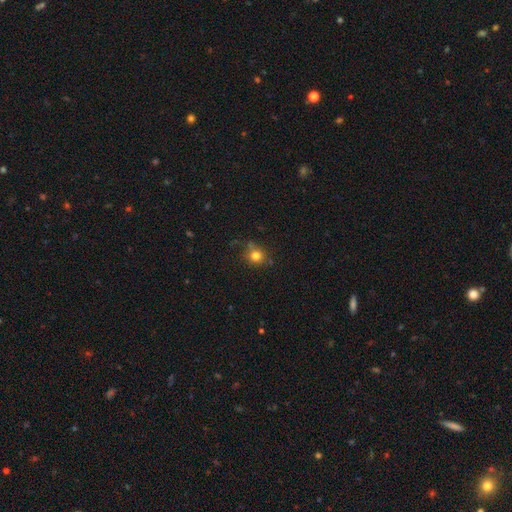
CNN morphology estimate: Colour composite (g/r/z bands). It shows a smooth galaxy with no disk features (78%) that is round (84%). Merging: none (72%).